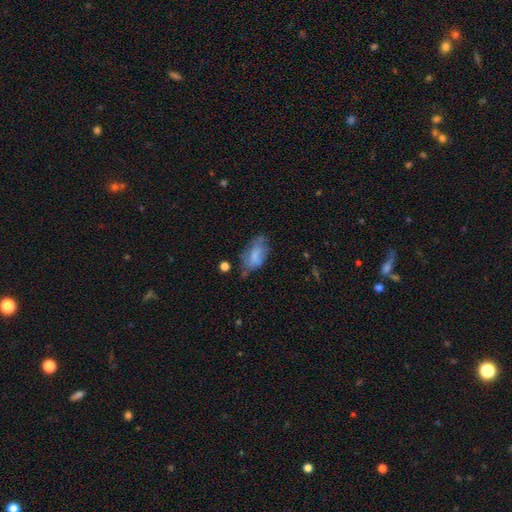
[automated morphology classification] smooth_or_featured: smooth (p=0.65) [alt: featured or disk p=0.25]
how_rounded: in between (p=0.91) [alt: round p=0.07]
merging: none (p=0.40) [alt: minor disturbance p=0.34]